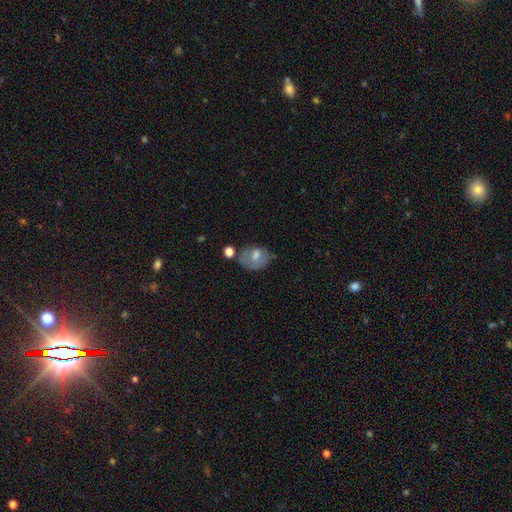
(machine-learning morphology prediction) Smooth or featured? Predicted: smooth (p=0.63). How rounded? Predicted: in between (p=0.56). Merging? Predicted: none (p=0.52).